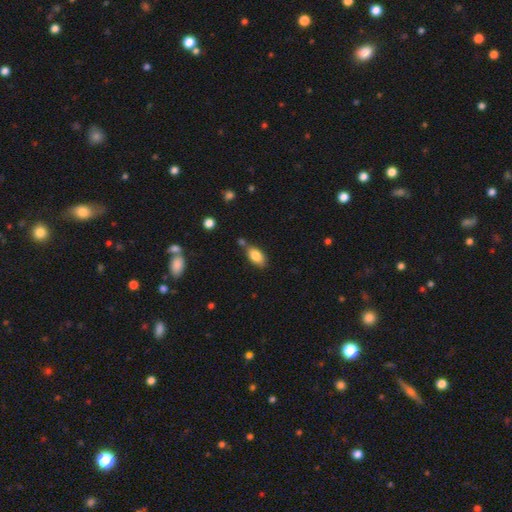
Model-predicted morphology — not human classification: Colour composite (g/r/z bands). It shows a smooth galaxy with no disk features (83%) that is in between round and cigar-shaped (91%). Merging: none (69%).